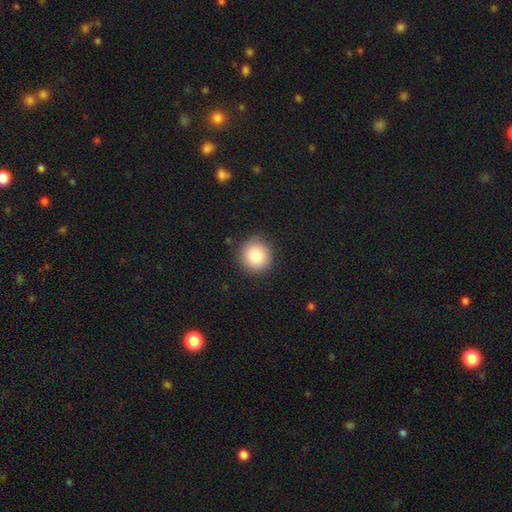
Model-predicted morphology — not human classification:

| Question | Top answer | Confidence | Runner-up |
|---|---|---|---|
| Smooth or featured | smooth | 88% | star or artifact (8%) |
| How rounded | round | 92% | in between (7%) |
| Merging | none | 89% | minor disturbance (8%) |